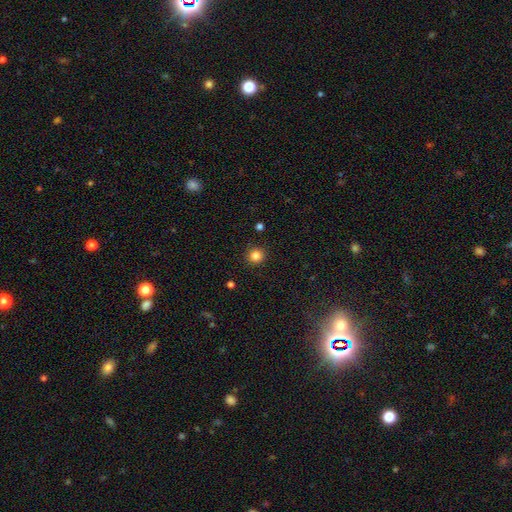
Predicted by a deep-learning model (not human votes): This is clearly a smooth galaxy (84%). How rounded: clearly round (94%). Merging: clearly none (92%).